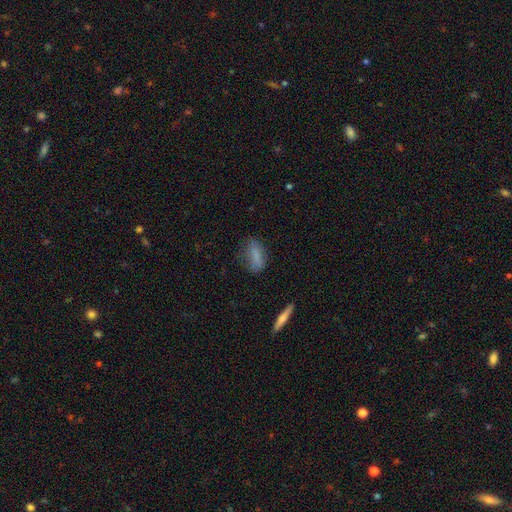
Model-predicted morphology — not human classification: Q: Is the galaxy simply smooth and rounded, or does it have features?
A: smooth — 78%.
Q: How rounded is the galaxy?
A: in between — 74%.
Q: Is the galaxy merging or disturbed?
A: none — 66%.